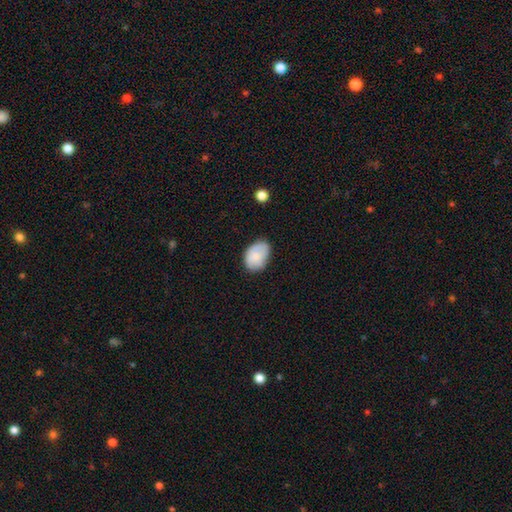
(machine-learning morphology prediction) A smooth galaxy with no disk features (79%) that is in between round and cigar-shaped (83%).

Vote fractions:
- Smooth or featured? smooth: 79% / featured or disk: 14% / star or artifact: 7%
- How rounded? in between: 83% / round: 16% / cigar-shaped: 1%
- Merging? none: 69% / minor disturbance: 24% / major disturbance: 5% / merger: 2%